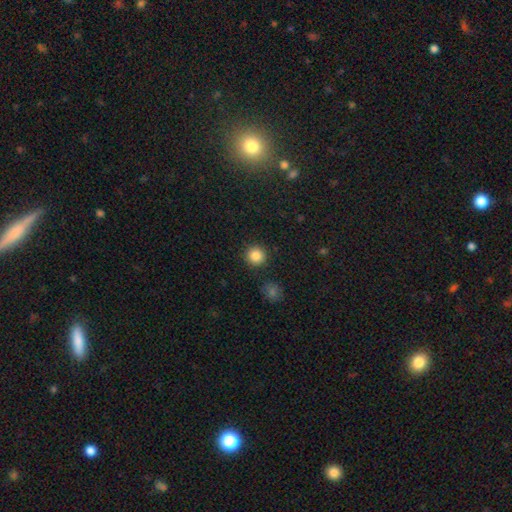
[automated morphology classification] A smooth galaxy with no disk features (87%) that is round (95%).

Vote fractions:
- Smooth or featured? smooth: 87% / star or artifact: 10% / featured or disk: 4%
- How rounded? round: 95% / in between: 4% / cigar-shaped: 1%
- Merging? none: 91% / minor disturbance: 5% / merger: 2% / major disturbance: 2%